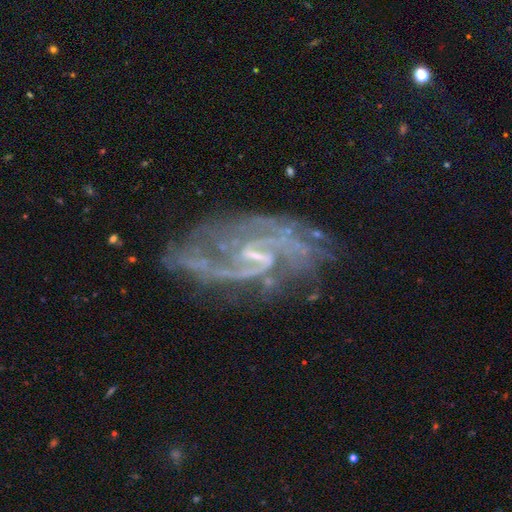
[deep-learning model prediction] The model was most divided on "spiral arm count": 2: 41%, can't tell: 30%, 3: 12%, 1: 7%, 4: 5%, more than 4: 5%. Remaining: edge-on disk — no (95%); spiral arms — yes (88%); smooth or featured — featured or disk (84%); merging — none (61%); bulge size — small (56%); bar — weak (53%); spiral winding — medium (45%).